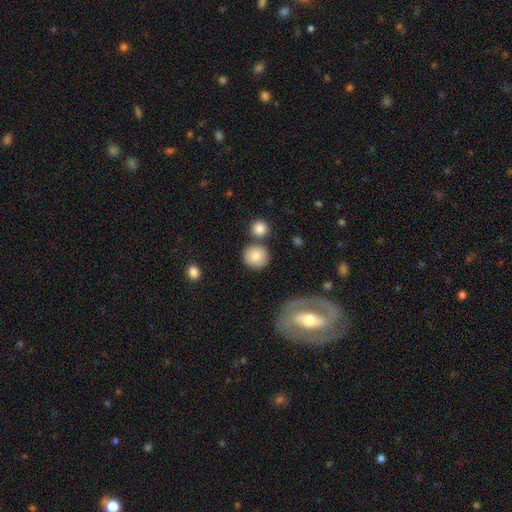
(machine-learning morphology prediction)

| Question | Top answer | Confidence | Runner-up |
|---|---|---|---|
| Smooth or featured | smooth | 84% | featured or disk (9%) |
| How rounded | round | 89% | in between (10%) |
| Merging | none | 75% | merger (12%) |